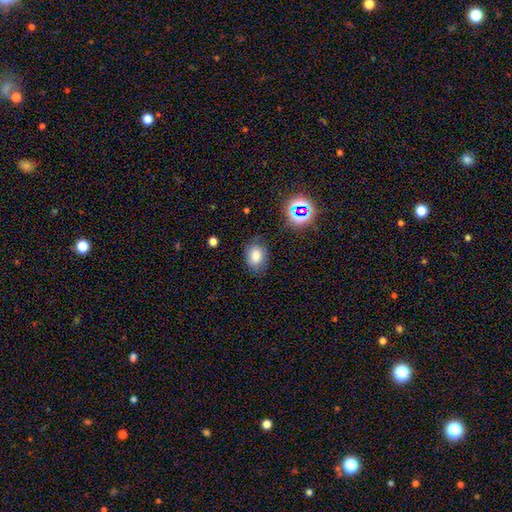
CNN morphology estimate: smooth_or_featured: smooth (p=0.78) [alt: star or artifact p=0.14]
how_rounded: in between (p=0.69) [alt: round p=0.29]
merging: none (p=0.78) [alt: minor disturbance p=0.16]